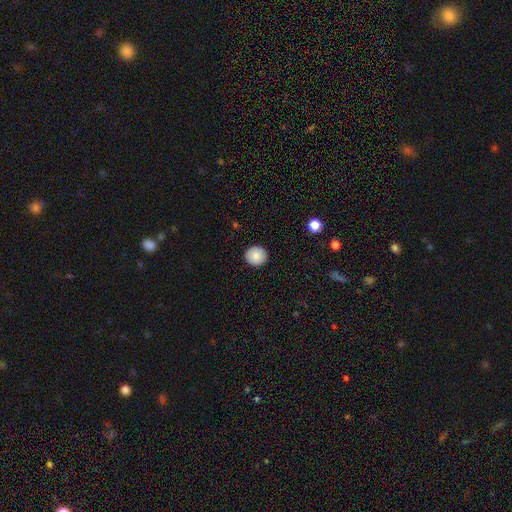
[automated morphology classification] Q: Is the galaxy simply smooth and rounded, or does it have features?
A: smooth — 86%.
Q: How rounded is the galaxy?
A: round — 93%.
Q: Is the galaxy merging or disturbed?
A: none — 93%.